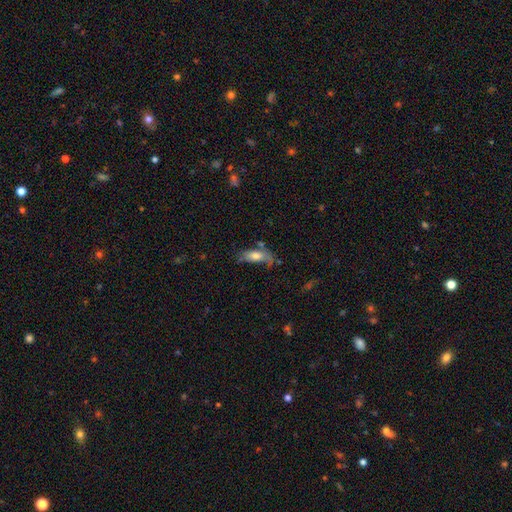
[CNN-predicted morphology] smooth_or_featured: smooth (p=0.69) [alt: featured or disk p=0.23]
how_rounded: in between (p=0.78) [alt: cigar-shaped p=0.19]
merging: none (p=0.37) [alt: minor disturbance p=0.28]